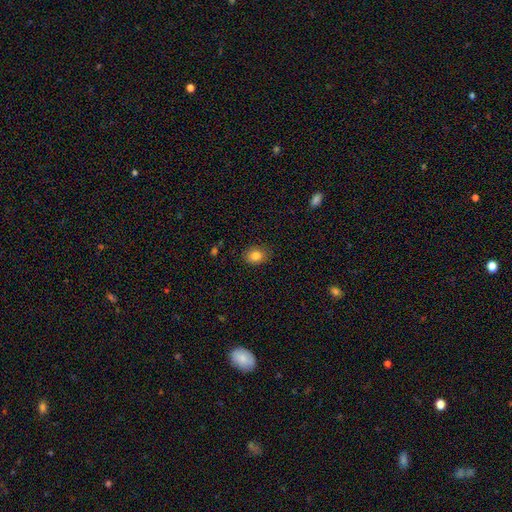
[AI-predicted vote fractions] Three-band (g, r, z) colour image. It shows a smooth galaxy with no disk features (83%) that is in between round and cigar-shaped (55%). Merging: none (86%).